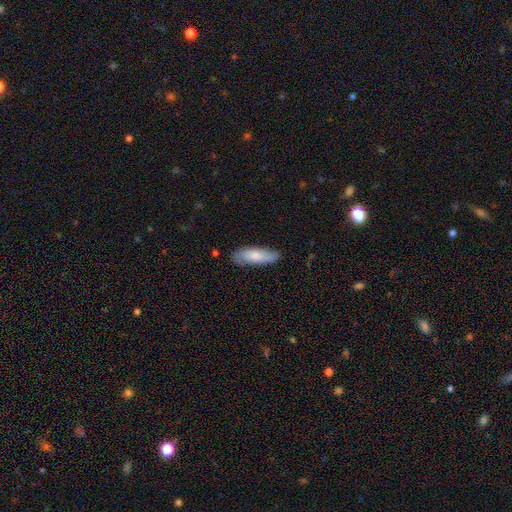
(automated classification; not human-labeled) smooth-or-featured: smooth: 66% | featured or disk: 28% | star or artifact: 6%
  how-rounded: in between: 53% | cigar-shaped: 45% | round: 2%
  merging: none: 76% | minor disturbance: 19% | major disturbance: 4% | merger: 2%